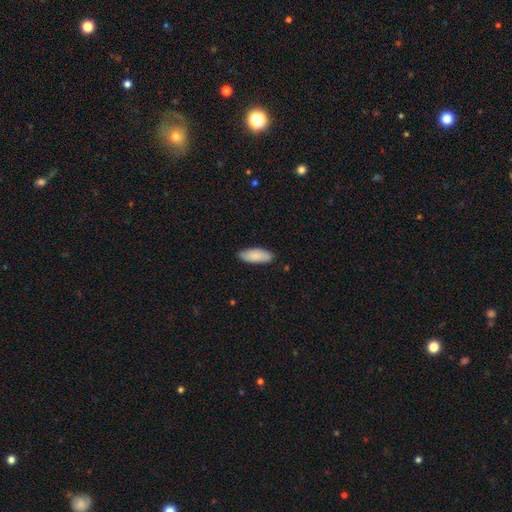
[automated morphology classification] This is clearly a smooth galaxy (87%). How rounded: likely in between (78%). Merging: clearly none (85%).